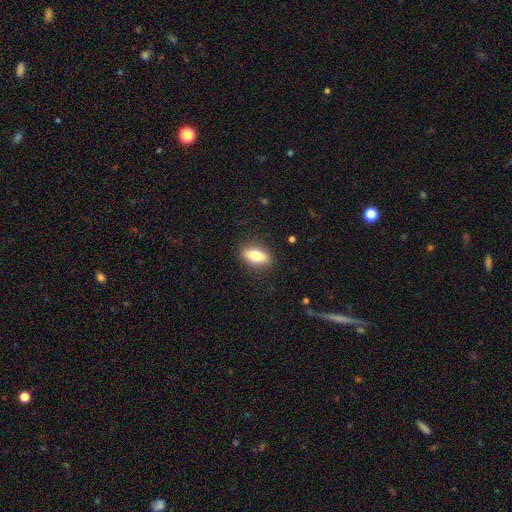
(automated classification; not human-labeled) smooth-or-featured: smooth: 78% | featured or disk: 15% | star or artifact: 7%
  how-rounded: in between: 81% | cigar-shaped: 14% | round: 5%
  merging: none: 86% | minor disturbance: 10% | major disturbance: 3% | merger: 1%